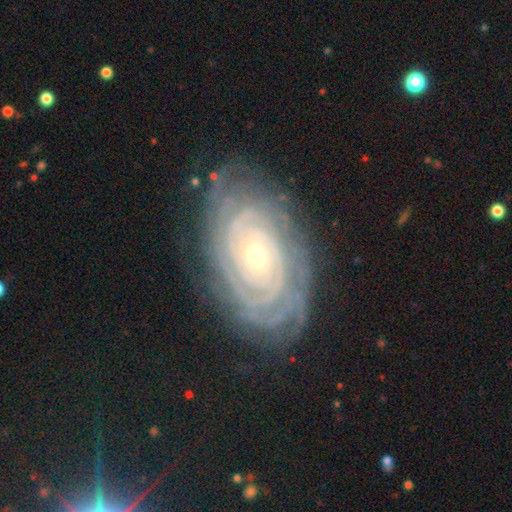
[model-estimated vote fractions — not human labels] This appears to be a featured or disk galaxy (88%) with no bar (77%), tight (89%) spiral arms (97%) and a small central bulge (65%). Merging: none (80%).